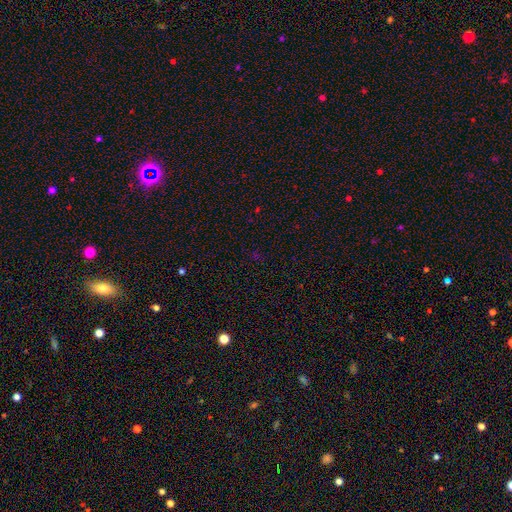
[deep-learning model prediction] This appears to be a star or artifact, not a galaxy (65%).